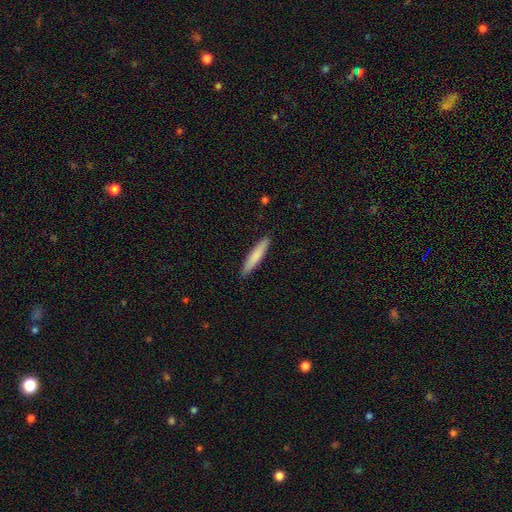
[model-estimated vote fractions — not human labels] Overall: smooth (80%). How rounded: cigar-shaped (92%). Merging: none (90%).